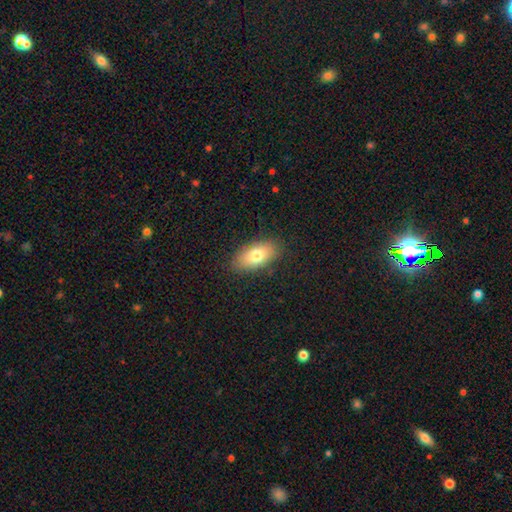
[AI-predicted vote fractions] A smooth galaxy with no disk features (77%) that is in between round and cigar-shaped (90%).

Vote fractions:
- Smooth or featured? smooth: 77% / featured or disk: 15% / star or artifact: 8%
- How rounded? in between: 90% / cigar-shaped: 6% / round: 5%
- Merging? none: 85% / minor disturbance: 11% / major disturbance: 3% / merger: 1%